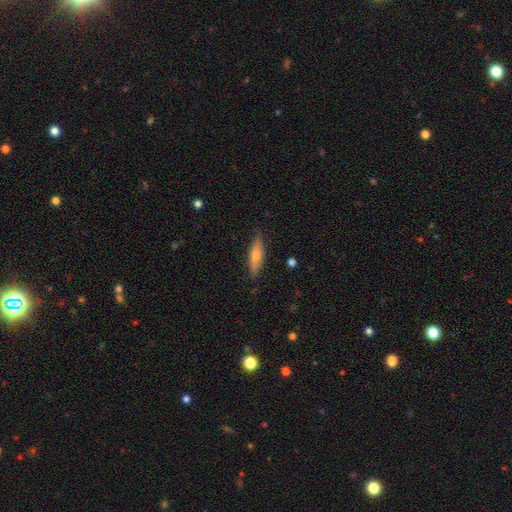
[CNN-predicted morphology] Overall: smooth (75%). How rounded: cigar-shaped (60%; in between 38%). Merging: none (82%).